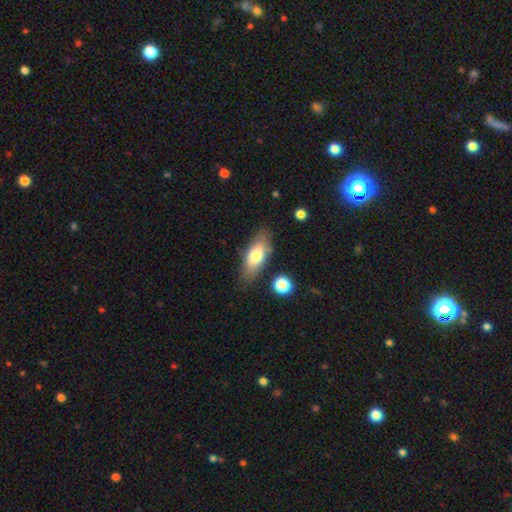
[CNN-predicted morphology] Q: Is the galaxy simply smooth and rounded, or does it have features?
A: smooth — 69%.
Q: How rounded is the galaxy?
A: in between — 76%.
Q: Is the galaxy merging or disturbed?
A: none — 78%.